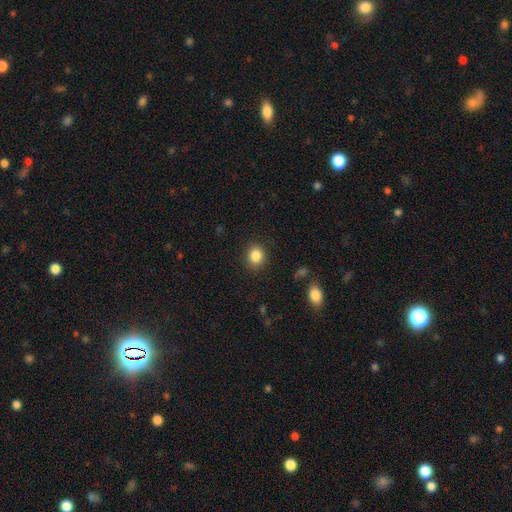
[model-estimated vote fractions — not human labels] Smooth or featured? Predicted: smooth (p=0.86). How rounded? Predicted: round (p=0.69). Merging? Predicted: none (p=0.88).